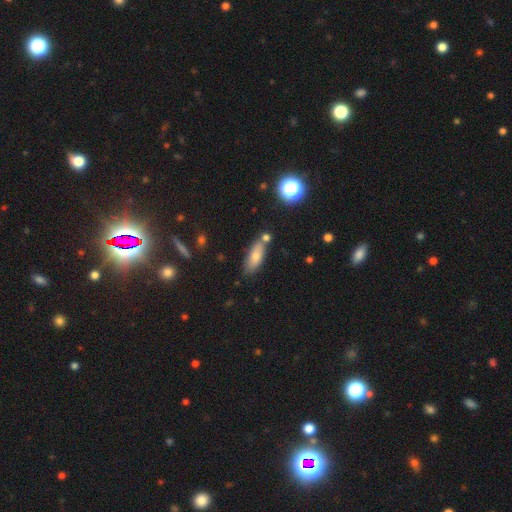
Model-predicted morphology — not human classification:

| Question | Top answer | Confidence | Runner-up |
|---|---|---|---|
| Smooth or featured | smooth | 74% | featured or disk (17%) |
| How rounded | in between | 69% | cigar-shaped (28%) |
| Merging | none | 68% | minor disturbance (16%) |